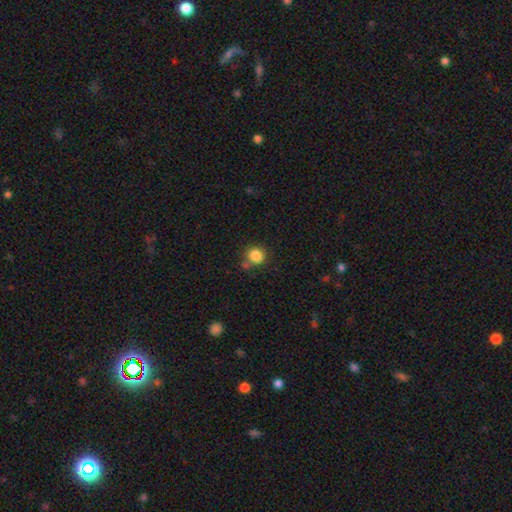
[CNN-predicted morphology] smooth_or_featured: smooth (p=0.85) [alt: star or artifact p=0.11]
how_rounded: round (p=0.89) [alt: in between p=0.10]
merging: none (p=0.71) [alt: minor disturbance p=0.14]